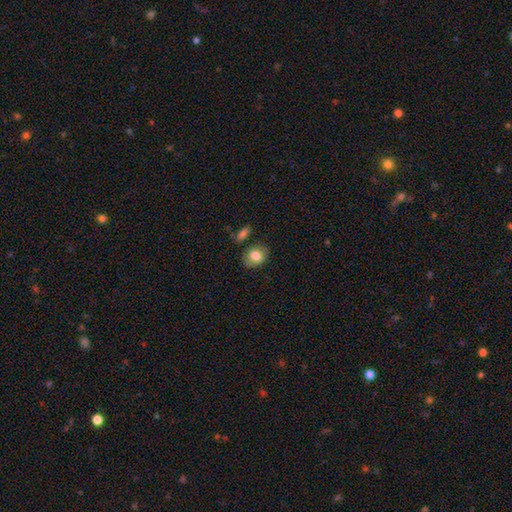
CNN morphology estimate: smooth_or_featured: smooth (p=0.78) [alt: featured or disk p=0.15]
how_rounded: in between (p=0.56) [alt: round p=0.43]
merging: none (p=0.74) [alt: minor disturbance p=0.16]